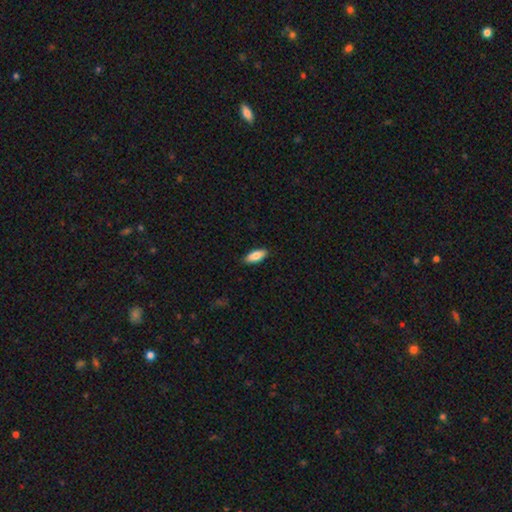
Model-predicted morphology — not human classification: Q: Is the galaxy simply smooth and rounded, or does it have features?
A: smooth — 84%.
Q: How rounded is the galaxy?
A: in between — 80%.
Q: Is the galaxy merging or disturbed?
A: none — 89%.